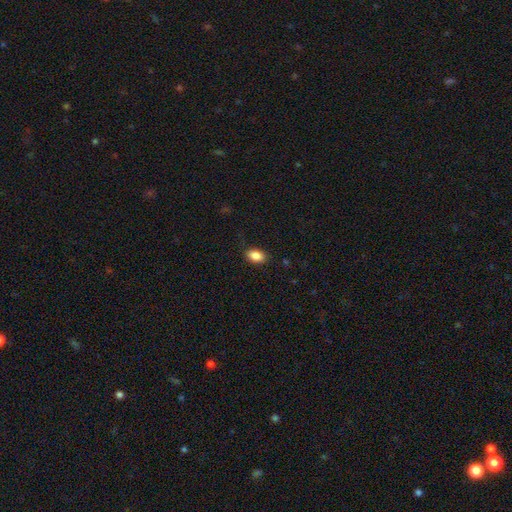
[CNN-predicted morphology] smooth 87%, star or artifact 8%, featured or disk 5%. Down the decision tree: how rounded — in between (89%); merging — none (84%).